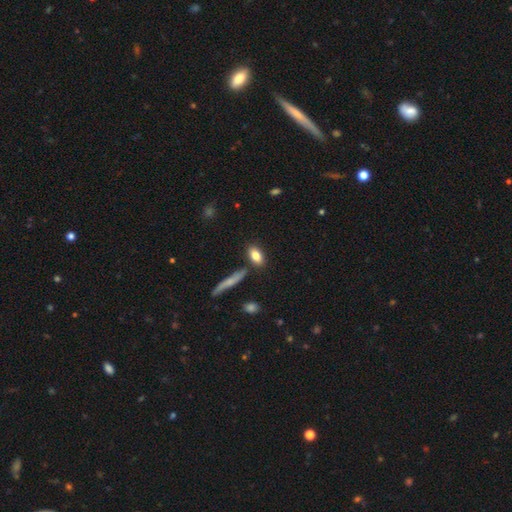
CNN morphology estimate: This is clearly a smooth galaxy (81%). How rounded: clearly in between (81%). Merging: likely none (77%).